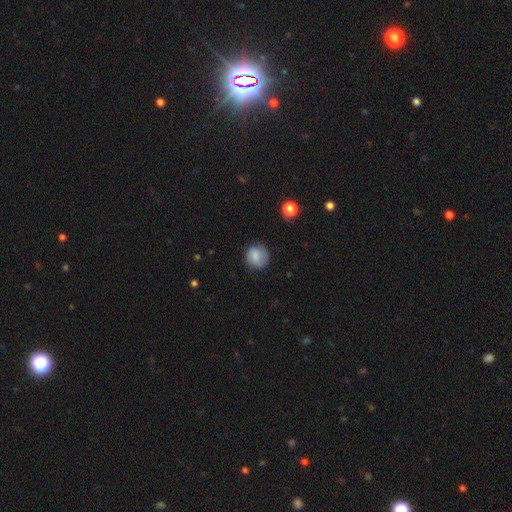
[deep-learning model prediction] Morphology: type=smooth (73%); roundness=round (83%); merging=none (75%).